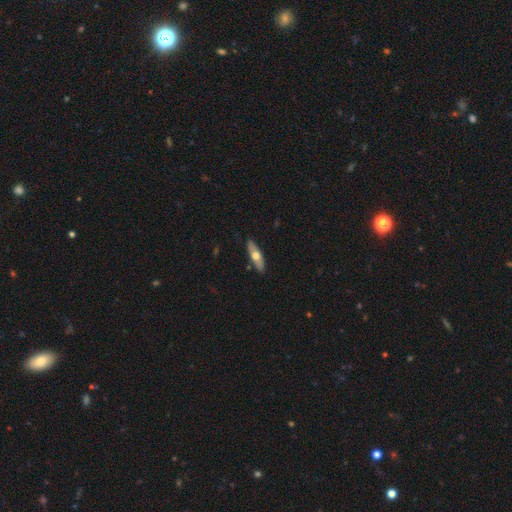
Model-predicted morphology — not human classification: The model was most divided on "smooth or featured": smooth: 50%, featured or disk: 45%, star or artifact: 5%. More confident: merging — none (89%).